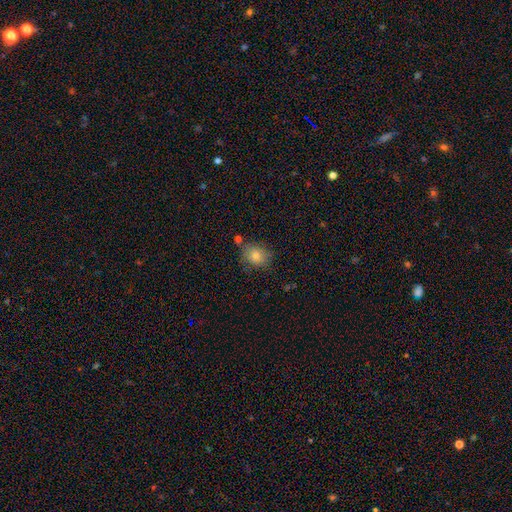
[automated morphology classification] A smooth galaxy with no disk features (78%) that is round (69%).

Vote fractions:
- Smooth or featured? smooth: 78% / star or artifact: 12% / featured or disk: 11%
- How rounded? round: 69% / in between: 30% / cigar-shaped: 1%
- Merging? none: 74% / minor disturbance: 16% / merger: 6% / major disturbance: 4%